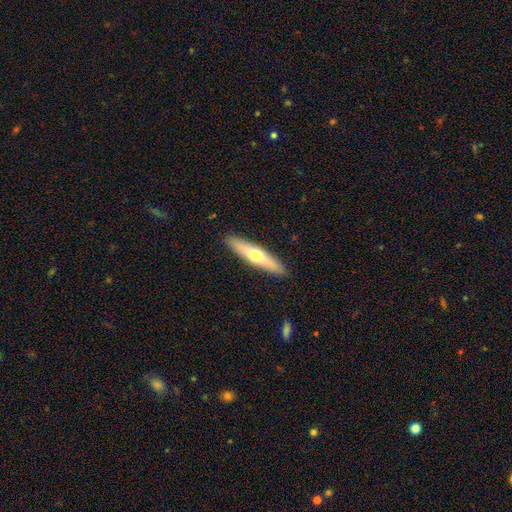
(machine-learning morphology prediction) smooth_or_featured: smooth (p=0.53) [alt: featured or disk p=0.41]
how_rounded: cigar-shaped (p=0.85) [alt: in between p=0.13]
merging: none (p=0.91) [alt: minor disturbance p=0.07]